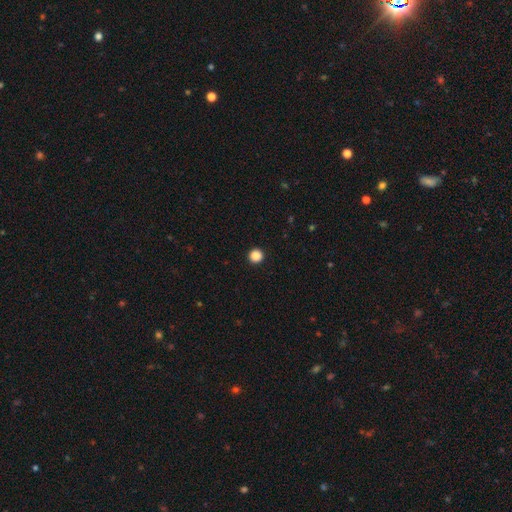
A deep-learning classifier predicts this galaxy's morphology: This appears to be a smooth galaxy with no disk features (86%) that is round (96%). Merging: none (94%).